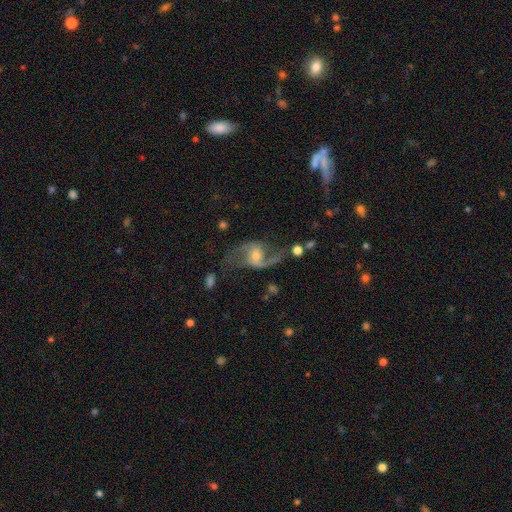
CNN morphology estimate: The model was most divided on "bulge size": moderate: 48%, small: 43%, large: 4%, none: 3%, dominant: 1%. Remaining: edge-on disk — no (96%); spiral arms — yes (94%); spiral arm count — 2 (88%); smooth or featured — featured or disk (84%); spiral winding — loose (69%); merging — none (61%); bar — no (50%).